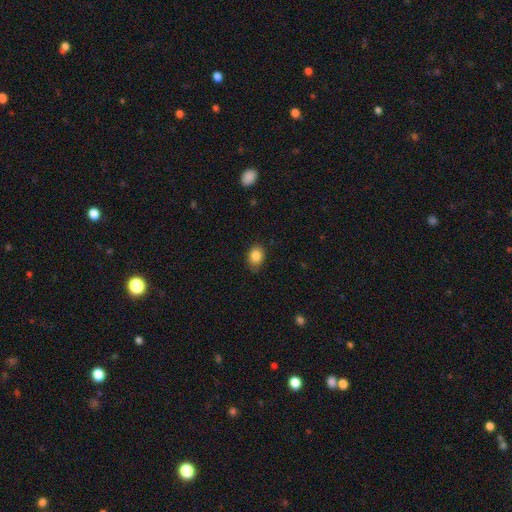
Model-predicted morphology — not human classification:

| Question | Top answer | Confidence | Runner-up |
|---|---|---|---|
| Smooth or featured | smooth | 85% | star or artifact (9%) |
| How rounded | in between | 63% | round (36%) |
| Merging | none | 79% | minor disturbance (17%) |